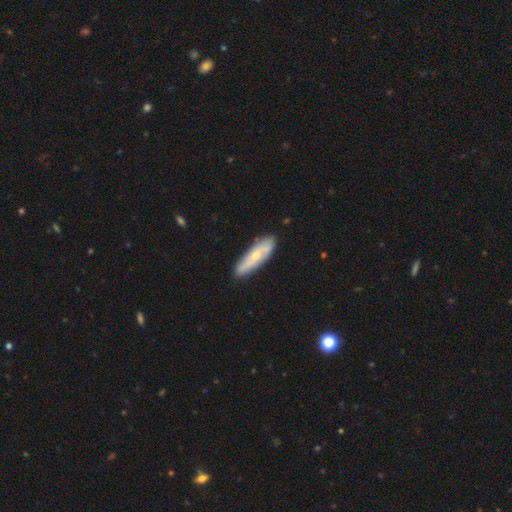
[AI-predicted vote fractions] This is possibly a smooth galaxy (49%). Merging: clearly none (83%).